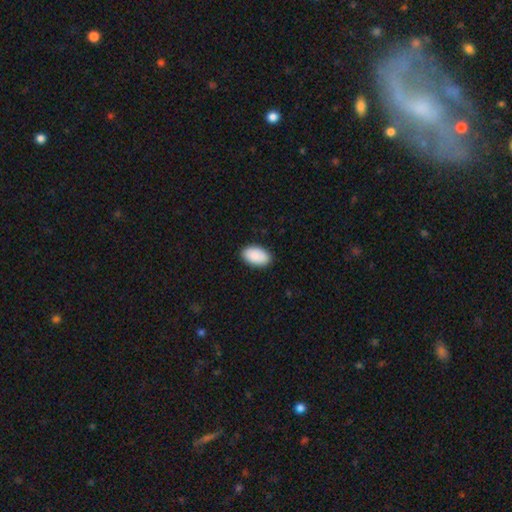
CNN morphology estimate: This appears to be a smooth galaxy with no disk features (91%) that is in between round and cigar-shaped (95%). Merging: none (89%).